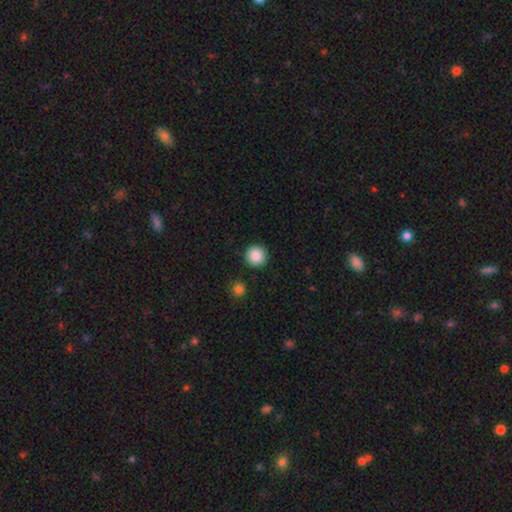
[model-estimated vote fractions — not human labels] A smooth galaxy with no disk features (89%) that is round (95%).

Vote fractions:
- Smooth or featured? smooth: 89% / star or artifact: 8% / featured or disk: 3%
- How rounded? round: 95% / in between: 4% / cigar-shaped: 1%
- Merging? none: 91% / minor disturbance: 5% / major disturbance: 2% / merger: 2%